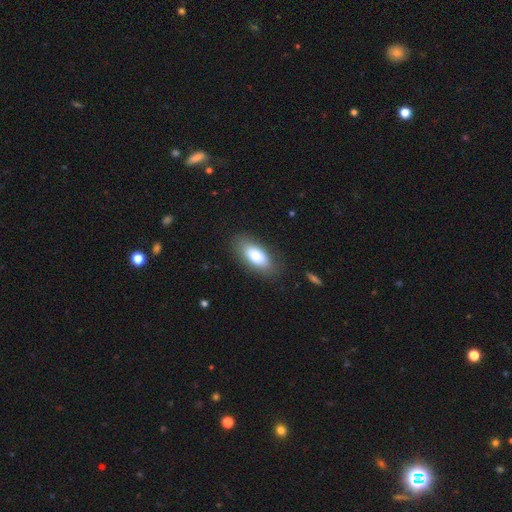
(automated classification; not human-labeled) Overall: smooth (80%). How rounded: in between (88%). Merging: none (83%).